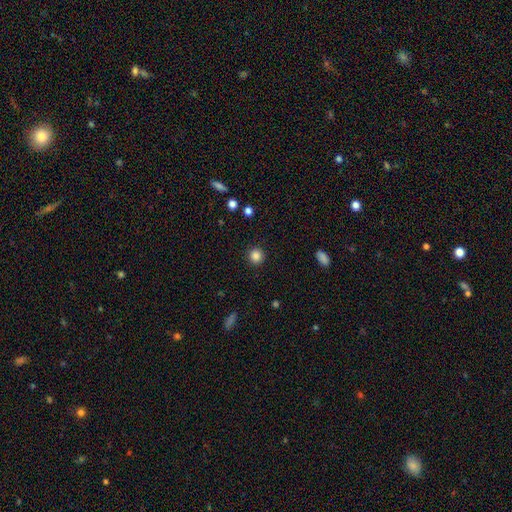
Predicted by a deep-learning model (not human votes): Smooth or featured? smooth (85%)
How rounded? round (93%)
Merging? none (92%)